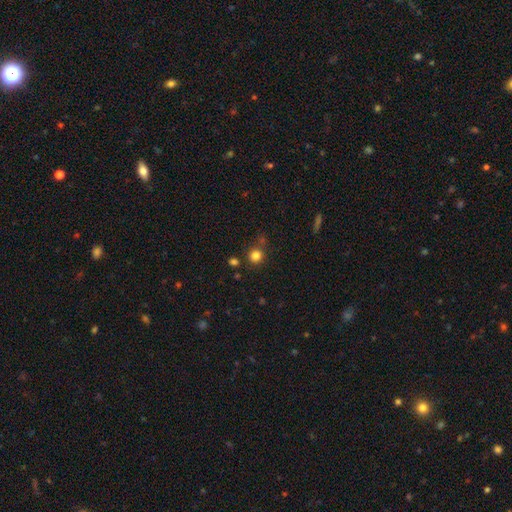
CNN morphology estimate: This is clearly a smooth galaxy (81%). How rounded: clearly round (92%). Merging: likely none (79%).